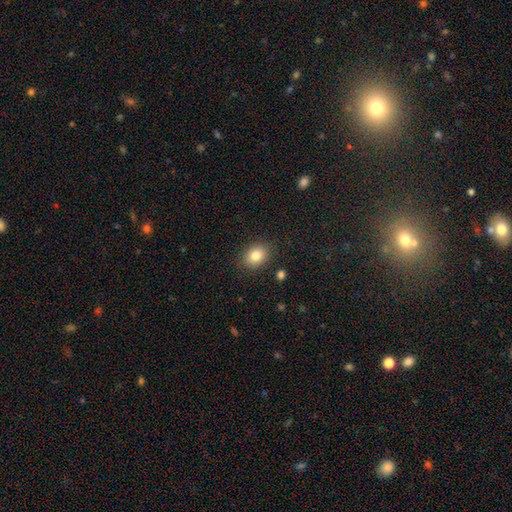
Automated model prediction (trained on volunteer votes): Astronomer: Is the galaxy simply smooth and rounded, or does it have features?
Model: smooth — 83%.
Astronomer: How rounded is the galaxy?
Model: in between — 57% (runner-up: round, 42%).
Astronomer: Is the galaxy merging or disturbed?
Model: none — 86%.